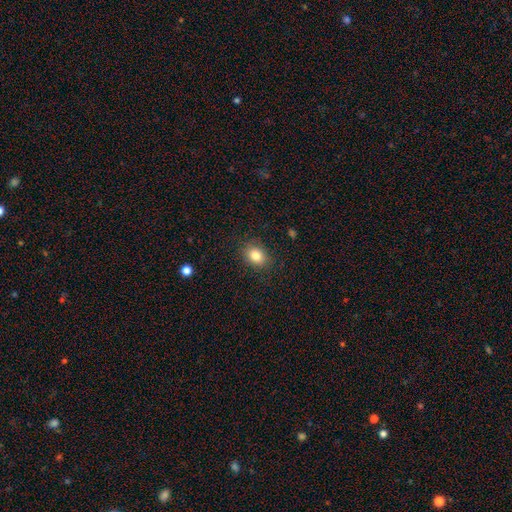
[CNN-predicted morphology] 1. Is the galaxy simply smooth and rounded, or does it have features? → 83% smooth, 10% star or artifact, 7% featured or disk.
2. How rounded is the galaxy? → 61% in between, 38% round, 1% cigar-shaped.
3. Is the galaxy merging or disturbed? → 86% none, 10% minor disturbance, 3% major disturbance, 1% merger.